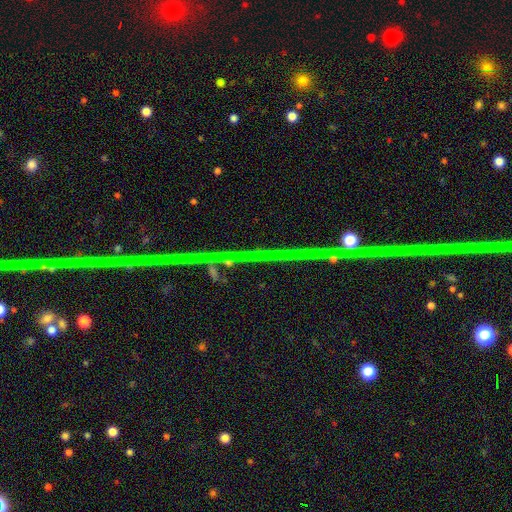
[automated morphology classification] smooth_or_featured: star or artifact (p=0.77) [alt: featured or disk p=0.16]